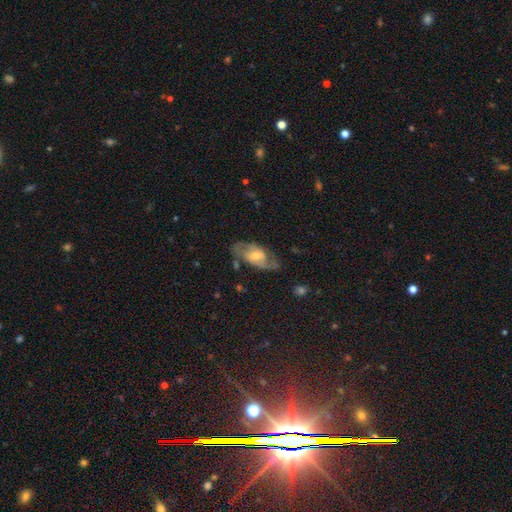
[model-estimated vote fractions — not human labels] The model was most divided on "bar": weak: 50%, no: 31%, strong: 19%. More confident: edge-on disk — no (93%); spiral arms — yes (87%); spiral arm count — 2 (83%); smooth or featured — featured or disk (76%); merging — none (69%); spiral winding — medium (52%); bulge size — moderate (52%).